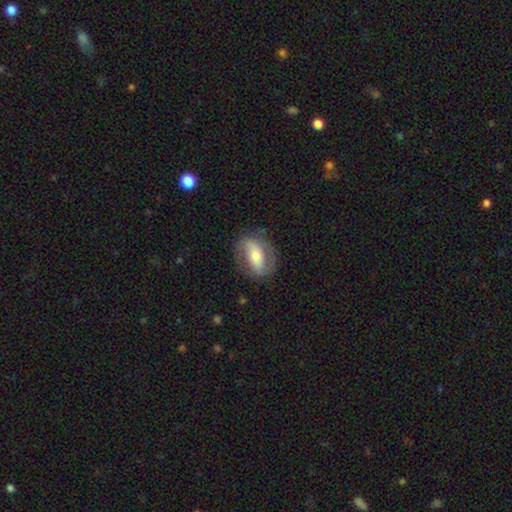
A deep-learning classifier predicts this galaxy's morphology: type=featured or disk (62%); edge-on=no (93%); bar=strong (43%); spiral arms=yes (72%); bulge=moderate (54%); merging=none (77%).